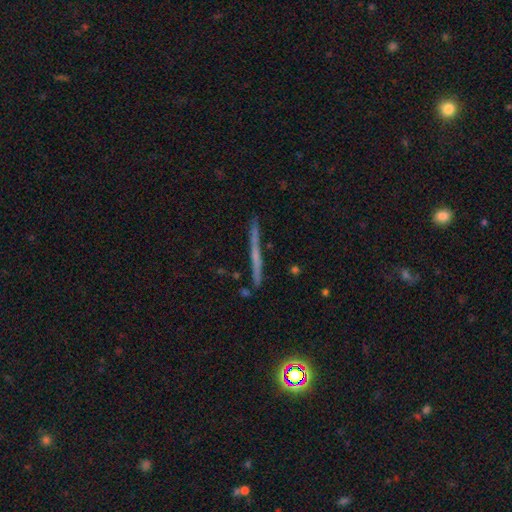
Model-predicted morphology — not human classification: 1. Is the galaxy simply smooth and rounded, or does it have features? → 58% featured or disk, 30% smooth, 11% star or artifact.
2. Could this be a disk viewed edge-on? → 97% yes, 3% no.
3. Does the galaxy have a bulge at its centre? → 77% none, 18% rounded, 6% boxy.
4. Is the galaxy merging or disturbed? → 88% none, 8% minor disturbance, 2% merger, 2% major disturbance.